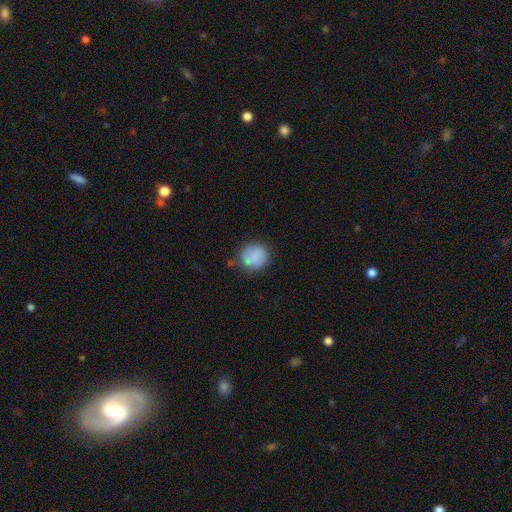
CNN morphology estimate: Q: Smooth or featured?
A: smooth (74%); runner-up: featured or disk (19%)
Q: How rounded?
A: round (83%); runner-up: in between (16%)
Q: Merging?
A: none (71%); runner-up: minor disturbance (19%)